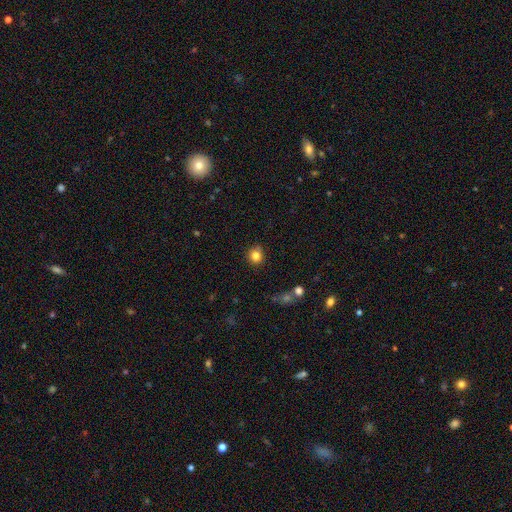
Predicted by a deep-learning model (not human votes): Morphology: type=smooth (83%); roundness=round (90%); merging=none (87%).